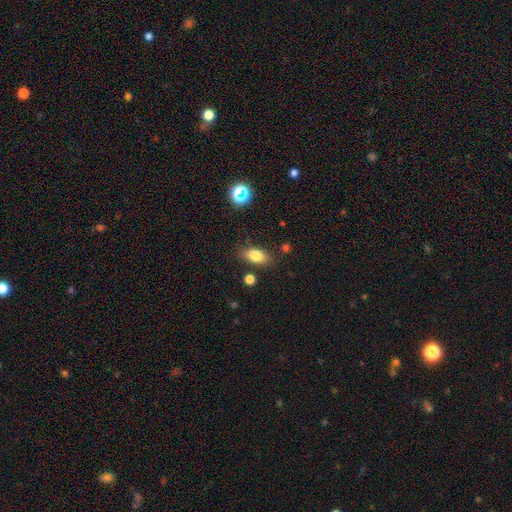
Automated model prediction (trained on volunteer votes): A smooth galaxy with no disk features (80%) that is in between round and cigar-shaped (86%). Merging: none (82%).